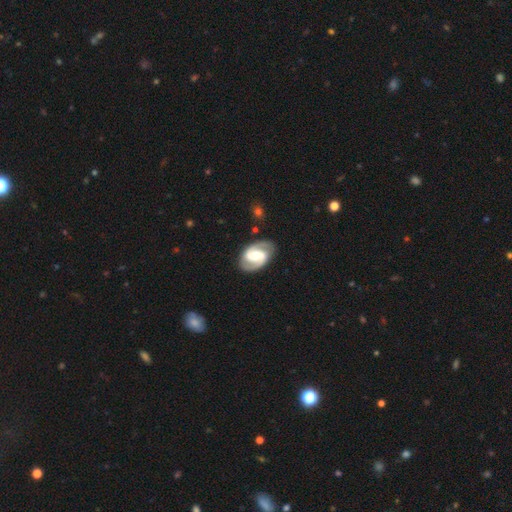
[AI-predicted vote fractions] Morphology: type=featured or disk (87%); edge-on=no (98%); bar=weak (43%); spiral arms=yes (96%); winding=medium (52%); arm count=2 (93%); bulge=moderate (65%); merging=none (86%).